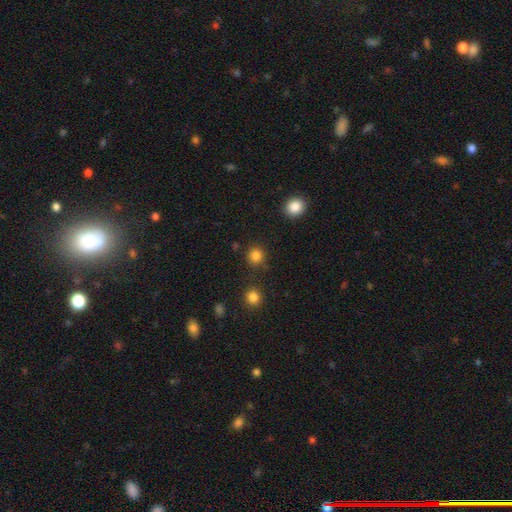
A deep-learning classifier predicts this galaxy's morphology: This is clearly a smooth galaxy (84%). How rounded: clearly round (92%). Merging: clearly none (86%).